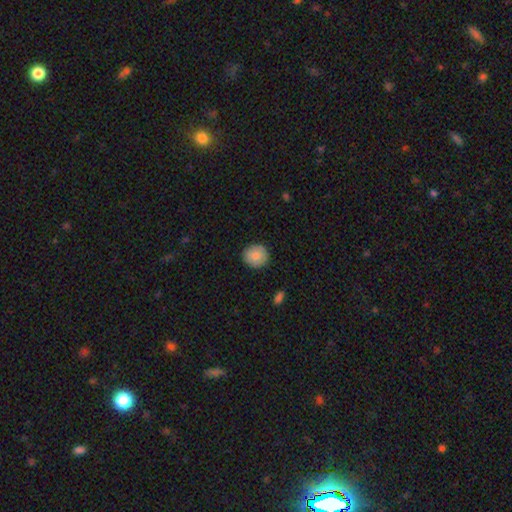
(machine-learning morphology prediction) Overall: smooth (83%). How rounded: round (86%). Merging: none (89%).